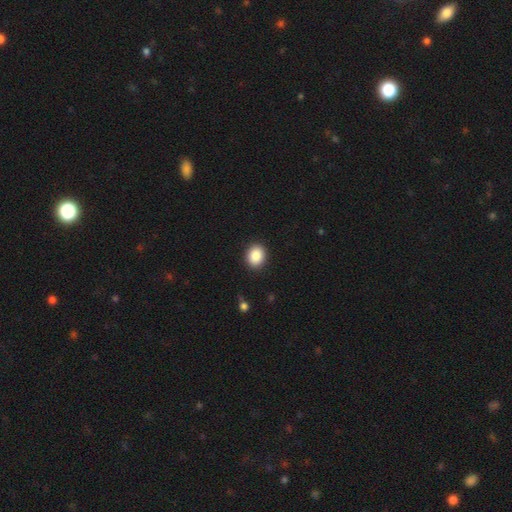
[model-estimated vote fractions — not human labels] Morphology: type=smooth (88%); roundness=round (62%); merging=none (91%).